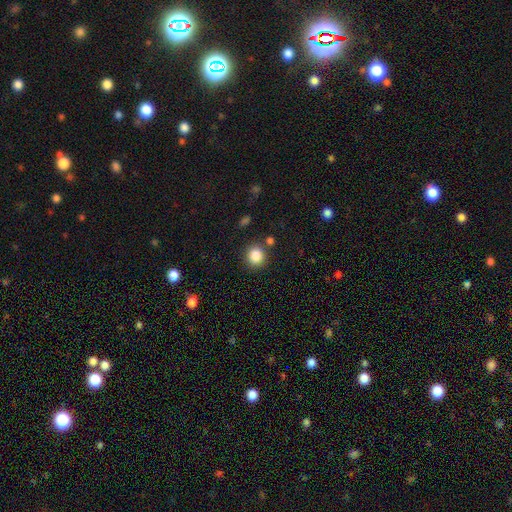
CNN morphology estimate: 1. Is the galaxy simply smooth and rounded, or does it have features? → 86% smooth, 10% star or artifact, 4% featured or disk.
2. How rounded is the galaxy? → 88% round, 11% in between, 1% cigar-shaped.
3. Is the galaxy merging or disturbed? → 83% none, 8% minor disturbance, 6% merger, 3% major disturbance.